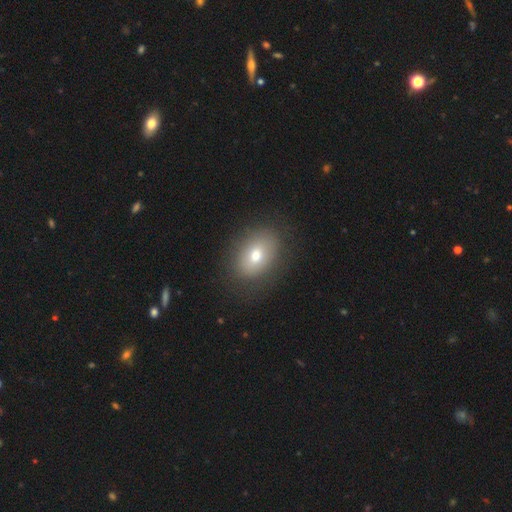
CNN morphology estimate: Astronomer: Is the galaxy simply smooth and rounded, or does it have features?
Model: smooth — 71%.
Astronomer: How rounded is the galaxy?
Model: in between — 74%.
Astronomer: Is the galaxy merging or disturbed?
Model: none — 83%.